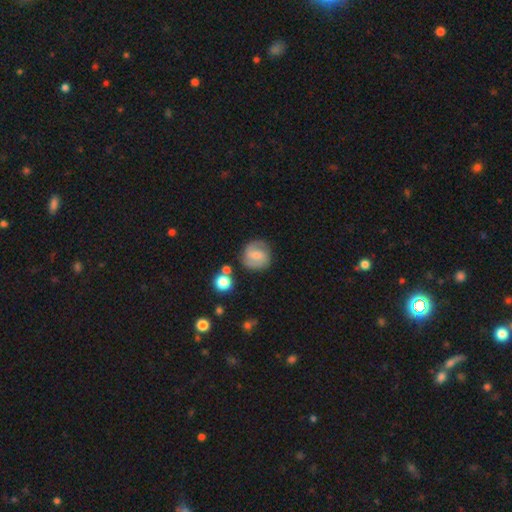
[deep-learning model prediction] Smooth or featured? featured or disk (62%)
Edge-on disk? no (98%)
Bar? weak (54%)
Spiral arms? yes (91%)
Spiral winding? medium (48%)
Spiral arm count? 2 (82%)
Bulge size? small (48%)
Merging? none (77%)